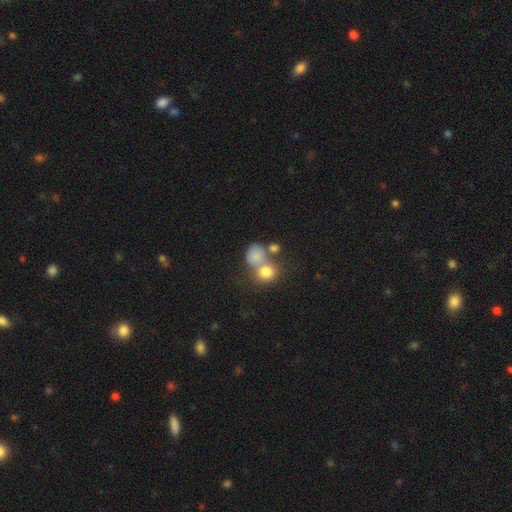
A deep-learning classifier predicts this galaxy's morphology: Overall: smooth (76%). How rounded: round (67%; in between 32%). Merging: merger (48%; none 34%).